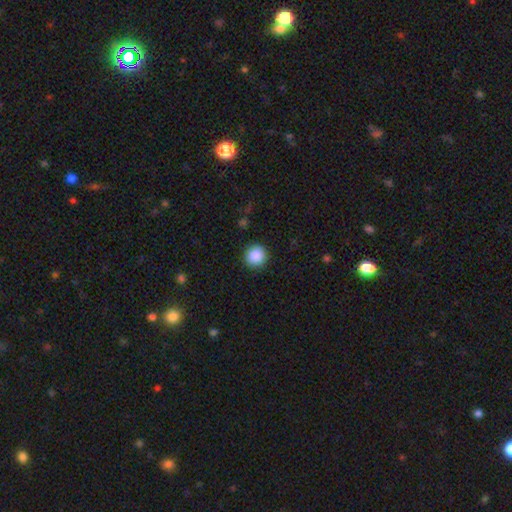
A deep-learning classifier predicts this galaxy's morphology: smooth-or-featured: smooth: 89% | star or artifact: 9% | featured or disk: 3%
  how-rounded: round: 94% | in between: 5% | cigar-shaped: 1%
  merging: none: 91% | minor disturbance: 6% | major disturbance: 2% | merger: 1%